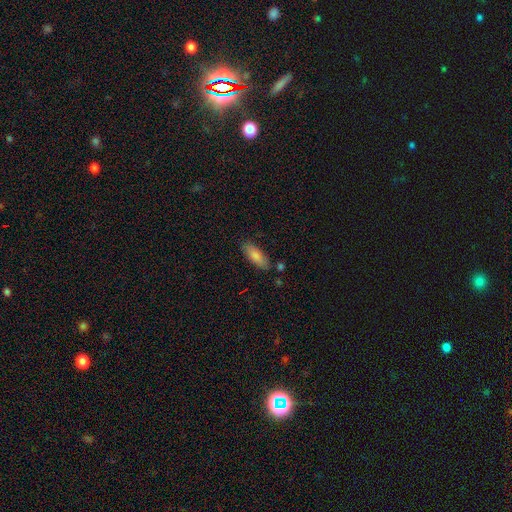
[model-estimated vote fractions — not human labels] Smooth or featured? Predicted: smooth (p=0.83). How rounded? Predicted: in between (p=0.69). Merging? Predicted: none (p=0.79).